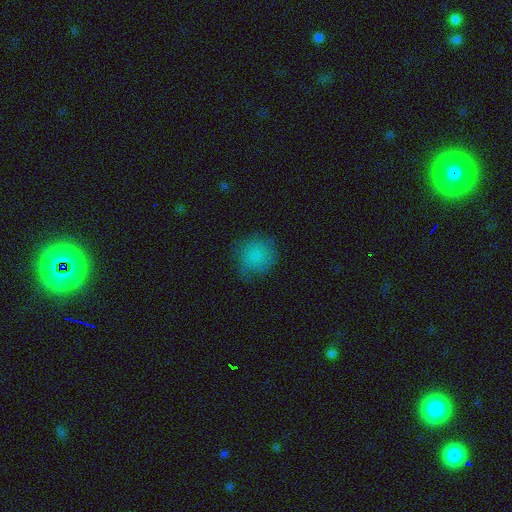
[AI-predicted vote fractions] Smooth or featured? Predicted: smooth (p=0.79). How rounded? Predicted: round (p=0.87). Merging? Predicted: none (p=0.66).